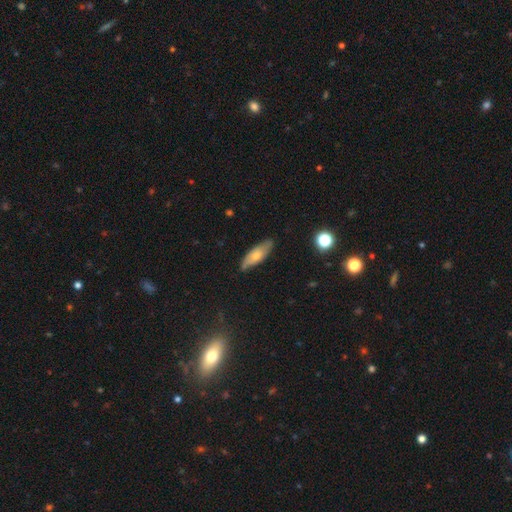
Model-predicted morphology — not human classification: Smooth or featured? smooth (56%)
How rounded? in between (60%)
Merging? none (78%)